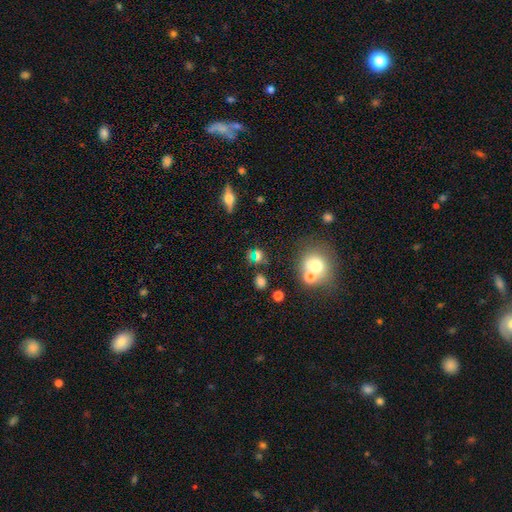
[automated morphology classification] A smooth galaxy with no disk features (57%) that is round (56%). Merging: none (61%).